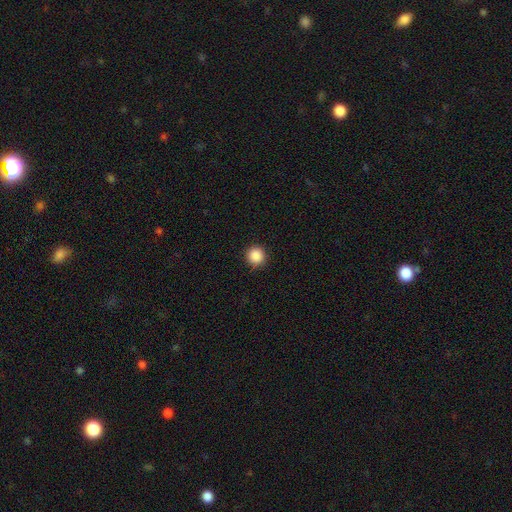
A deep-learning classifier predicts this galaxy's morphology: smooth 88%, star or artifact 10%, featured or disk 2%. Down the decision tree: how rounded — round (94%); merging — none (92%).